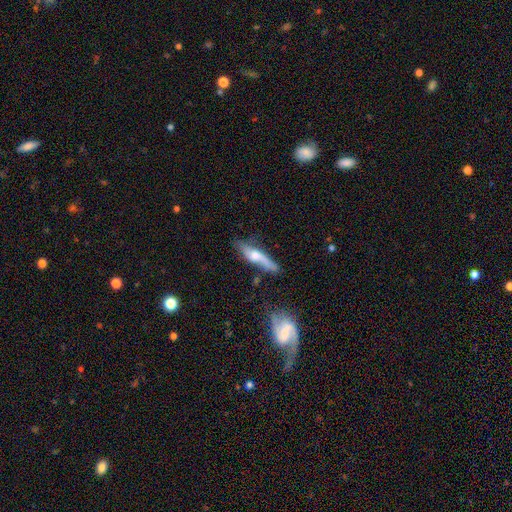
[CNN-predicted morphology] smooth-or-featured: featured or disk: 54% | smooth: 40% | star or artifact: 7%
  disk-edge-on: yes: 70% | no: 30%
  merging: none: 56% | minor disturbance: 28% | major disturbance: 10% | merger: 6%